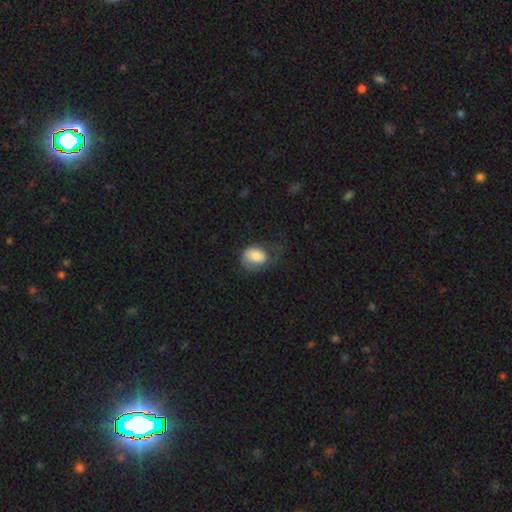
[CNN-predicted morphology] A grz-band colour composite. It shows a smooth galaxy with no disk features (70%) that is in between round and cigar-shaped (57%). Merging: major disturbance (38%).